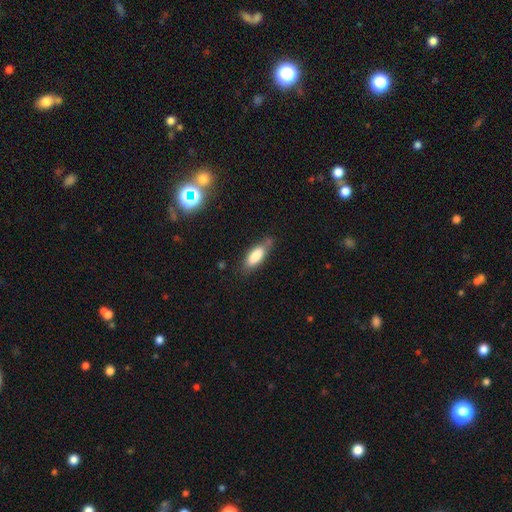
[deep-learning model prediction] This appears to be a smooth galaxy with no disk features (81%) that is in between round and cigar-shaped (68%). Merging: none (65%).